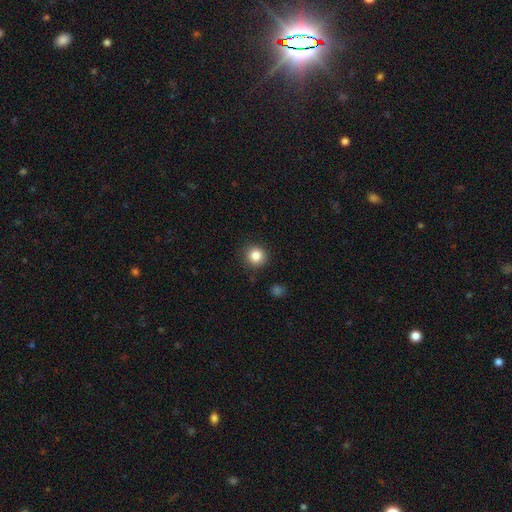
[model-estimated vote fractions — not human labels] This is clearly a smooth galaxy (84%). How rounded: clearly round (93%). Merging: clearly none (90%).